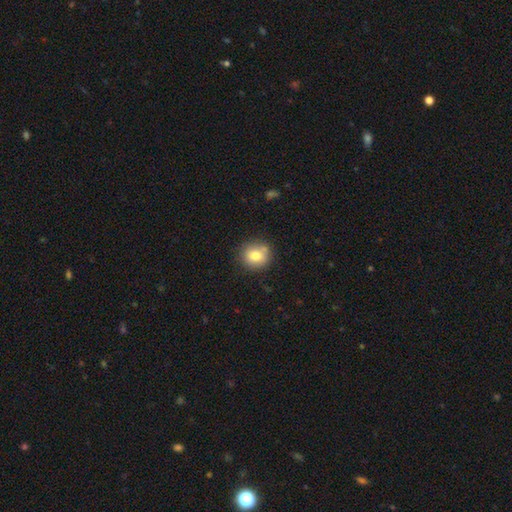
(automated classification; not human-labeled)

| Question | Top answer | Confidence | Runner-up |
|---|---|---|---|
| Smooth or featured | smooth | 77% | featured or disk (13%) |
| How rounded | round | 86% | in between (13%) |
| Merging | none | 78% | minor disturbance (12%) |